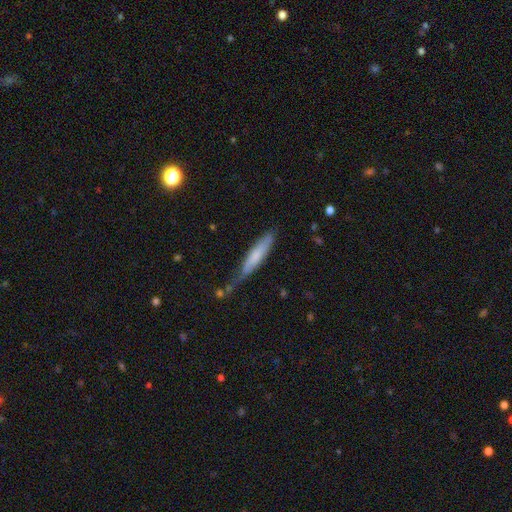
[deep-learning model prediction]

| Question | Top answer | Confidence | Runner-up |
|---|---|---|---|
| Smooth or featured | smooth | 64% | featured or disk (30%) |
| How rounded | cigar-shaped | 85% | in between (14%) |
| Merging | none | 48% | minor disturbance (33%) |